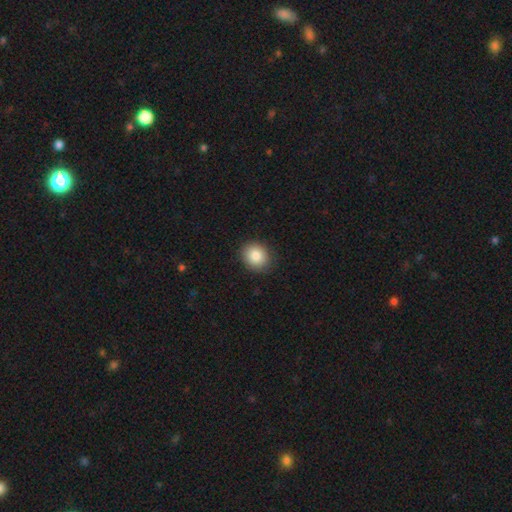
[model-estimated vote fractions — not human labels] Q: Smooth or featured?
A: smooth (86%); runner-up: star or artifact (8%)
Q: How rounded?
A: round (64%); runner-up: in between (35%)
Q: Merging?
A: none (88%); runner-up: minor disturbance (9%)